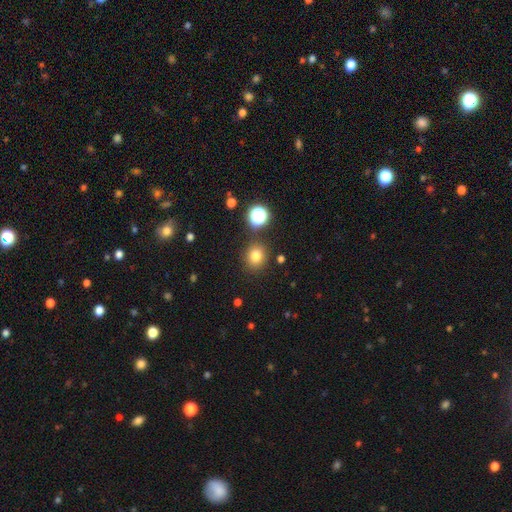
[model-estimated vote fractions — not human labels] This is likely a smooth galaxy (77%). How rounded: likely round (78%). Merging: clearly none (84%).